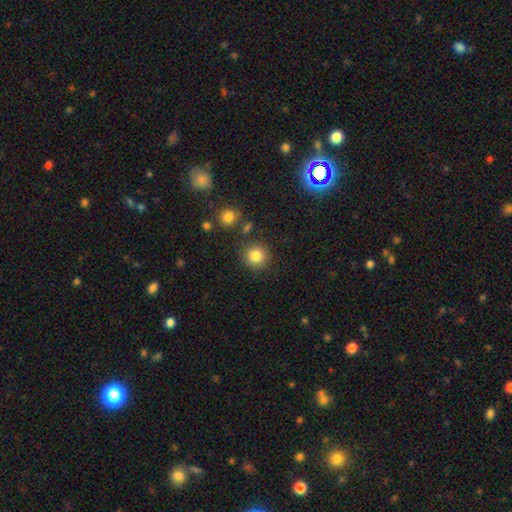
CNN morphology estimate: smooth_or_featured: smooth (p=0.84) [alt: star or artifact p=0.11]
how_rounded: round (p=0.92) [alt: in between p=0.07]
merging: none (p=0.85) [alt: minor disturbance p=0.08]